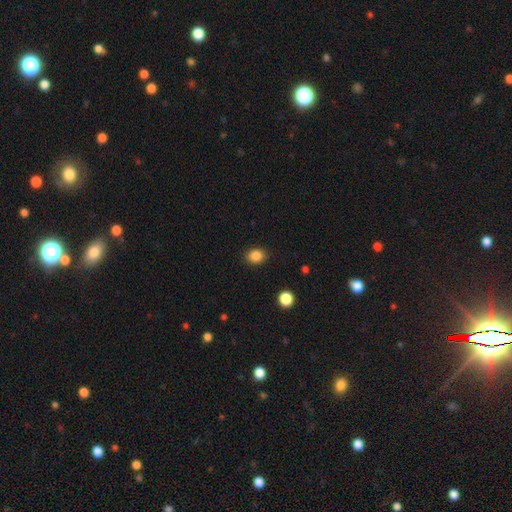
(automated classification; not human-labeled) The model was most divided on "how rounded": round: 51%, in between: 48%, cigar-shaped: 1%. More confident: merging — none (88%); smooth or featured — smooth (86%).